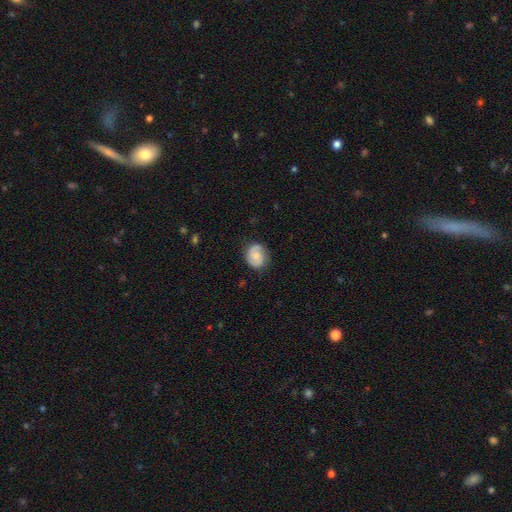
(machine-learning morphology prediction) A featured or disk galaxy (54%) with no bar (65%), spiral arms (91%) and a small central bulge (45%). Merging: none (78%).